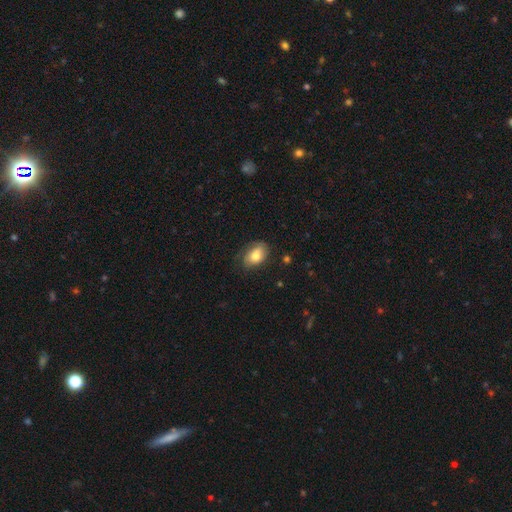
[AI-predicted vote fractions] Q: Smooth or featured?
A: smooth (71%); runner-up: featured or disk (21%)
Q: How rounded?
A: in between (89%); runner-up: round (10%)
Q: Merging?
A: none (64%); runner-up: minor disturbance (26%)